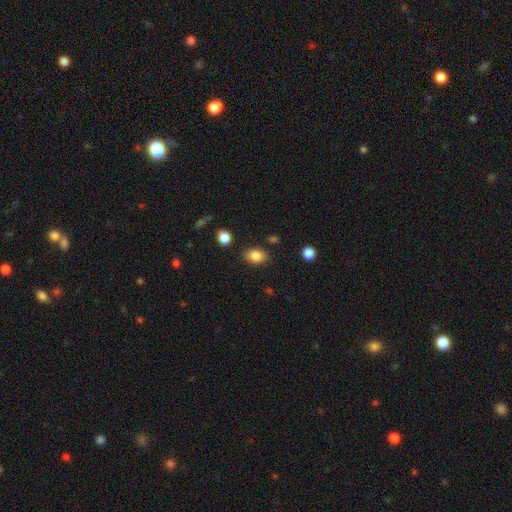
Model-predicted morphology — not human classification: The model was most divided on "how rounded": in between: 71%, round: 28%, cigar-shaped: 1%. More confident: smooth or featured — smooth (84%); merging — none (82%).